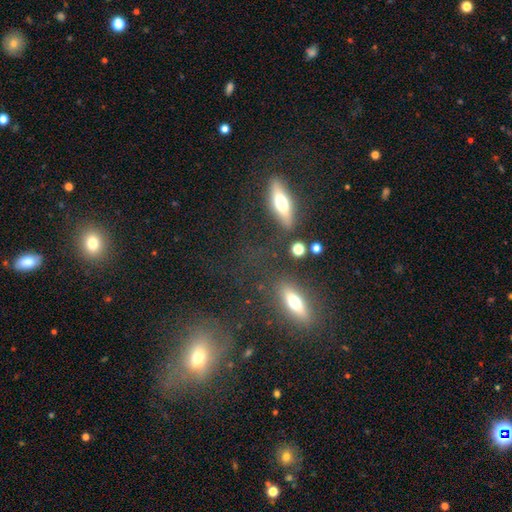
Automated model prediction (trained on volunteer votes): smooth 39%, featured or disk 35%, star or artifact 27%. Down the decision tree: merging — none (67%).